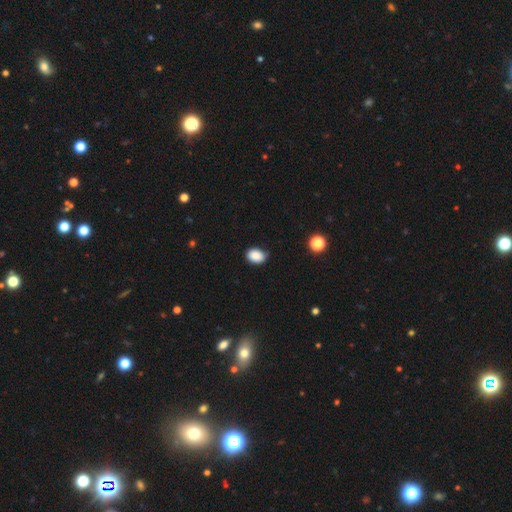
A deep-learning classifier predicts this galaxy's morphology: Smooth or featured? Predicted: smooth (p=0.87). How rounded? Predicted: in between (p=0.76). Merging? Predicted: none (p=0.70).